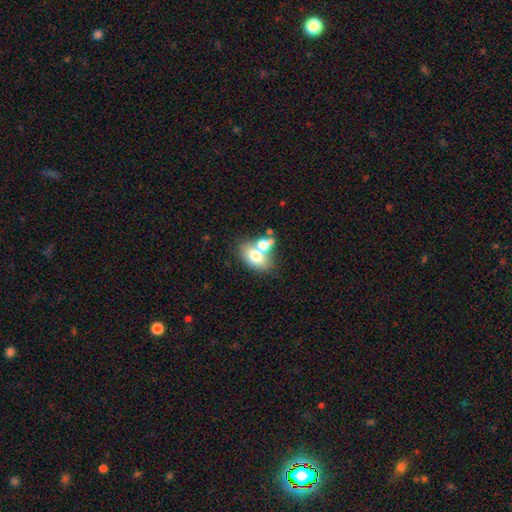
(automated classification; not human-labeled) Smooth or featured: smooth — 70% (featured or disk — 21%)
How rounded: in between — 82% (round — 16%)
Merging: merger — 53% (none — 34%)